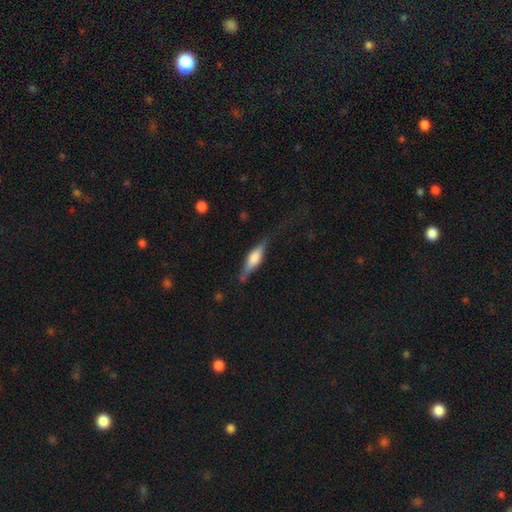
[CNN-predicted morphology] The model was most divided on "smooth or featured": featured or disk: 50%, smooth: 44%, star or artifact: 6%. More confident: edge-on disk — yes (92%); merging — none (63%).